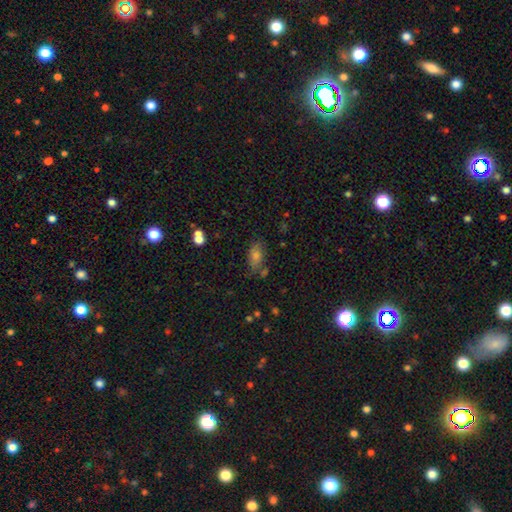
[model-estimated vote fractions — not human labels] Smooth or featured? Predicted: smooth (p=0.62). How rounded? Predicted: in between (p=0.83). Merging? Predicted: none (p=0.69).